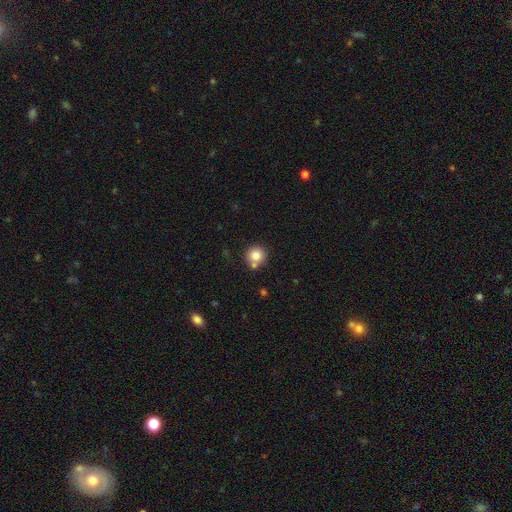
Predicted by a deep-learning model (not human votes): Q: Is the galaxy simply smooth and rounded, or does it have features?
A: smooth — 82%.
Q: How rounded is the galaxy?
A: round — 93%.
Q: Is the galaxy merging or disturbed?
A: none — 71%.